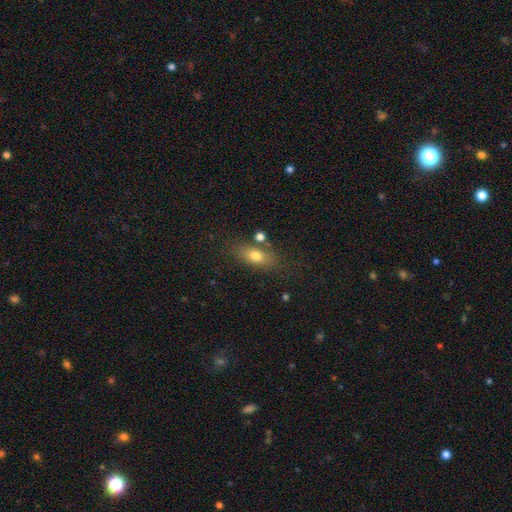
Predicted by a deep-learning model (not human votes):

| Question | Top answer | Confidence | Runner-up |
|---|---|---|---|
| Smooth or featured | smooth | 73% | featured or disk (16%) |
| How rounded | in between | 78% | cigar-shaped (12%) |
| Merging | none | 70% | minor disturbance (16%) |